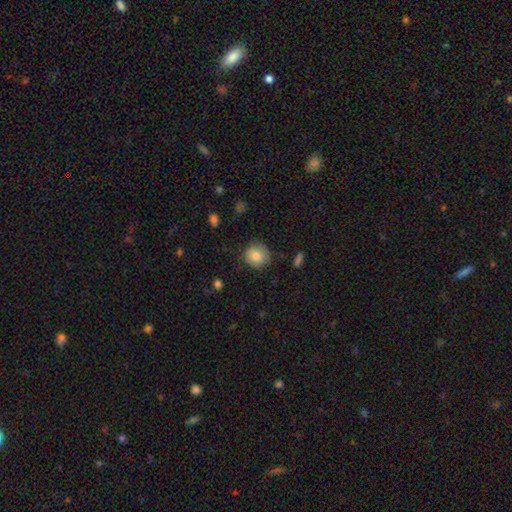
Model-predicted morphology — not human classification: This appears to be a smooth galaxy with no disk features (76%) that is round (86%). Merging: none (73%).